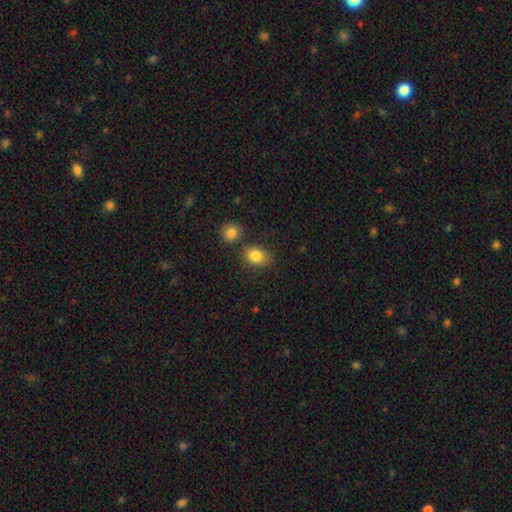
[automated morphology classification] Q: Smooth or featured?
A: smooth (84%); runner-up: star or artifact (9%)
Q: How rounded?
A: in between (64%); runner-up: round (35%)
Q: Merging?
A: none (74%); runner-up: minor disturbance (13%)